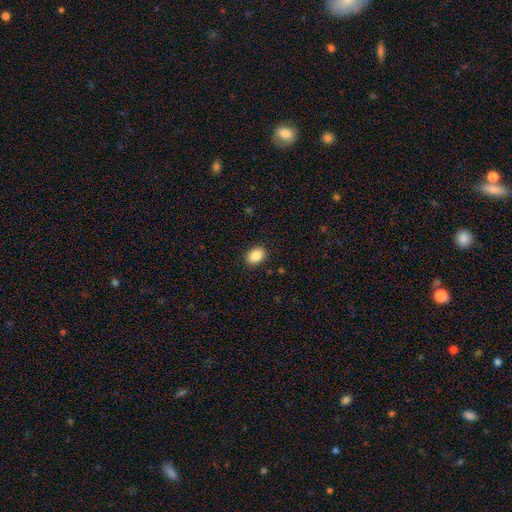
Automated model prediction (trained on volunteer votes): Overall: smooth (87%). How rounded: in between (65%; round 35%). Merging: none (90%).